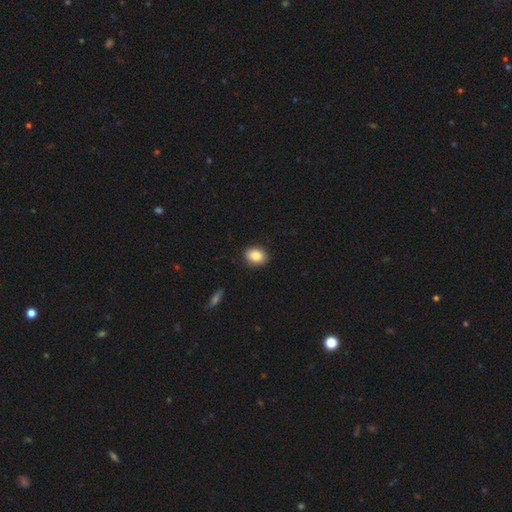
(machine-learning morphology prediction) A smooth galaxy with no disk features (85%) that is in between round and cigar-shaped (63%).

Vote fractions:
- Smooth or featured? smooth: 85% / star or artifact: 8% / featured or disk: 7%
- How rounded? in between: 63% / round: 36% / cigar-shaped: 1%
- Merging? none: 89% / minor disturbance: 8% / major disturbance: 2% / merger: 1%